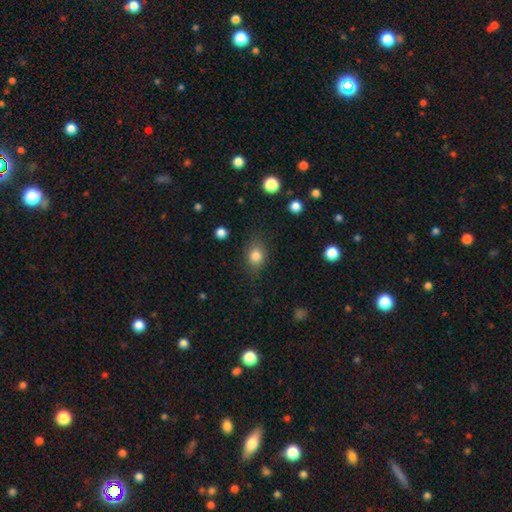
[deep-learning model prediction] Smooth or featured?
  - smooth: 82% *
  - star or artifact: 10%
  - featured or disk: 8%
How rounded?
  - in between: 56% *
  - round: 43%
  - cigar-shaped: 1%
Merging?
  - none: 79% *
  - minor disturbance: 15%
  - major disturbance: 4%
  - merger: 1%